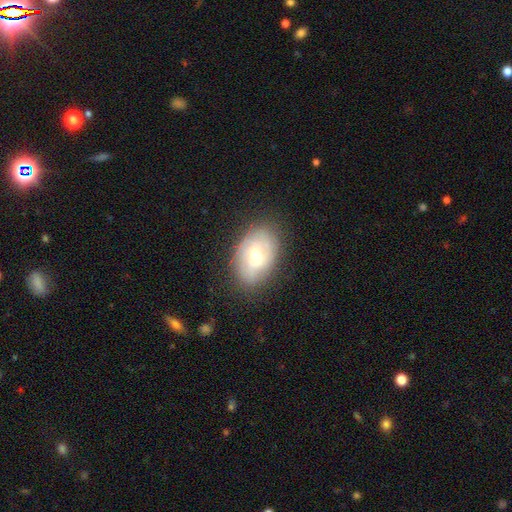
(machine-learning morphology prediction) type=featured or disk (46%, tied with smooth); merging=none (79%).